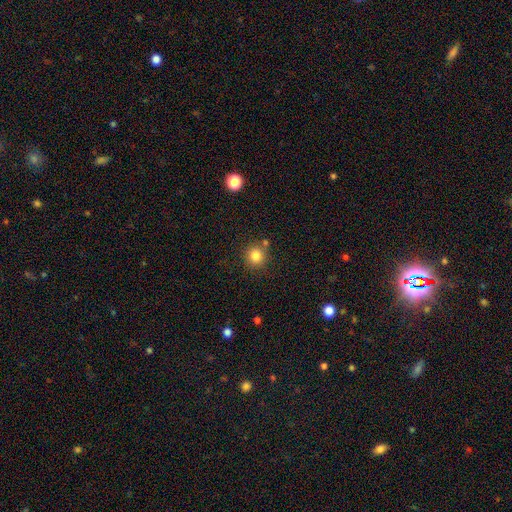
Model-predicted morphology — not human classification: type=smooth (83%); roundness=round (91%); merging=none (75%).